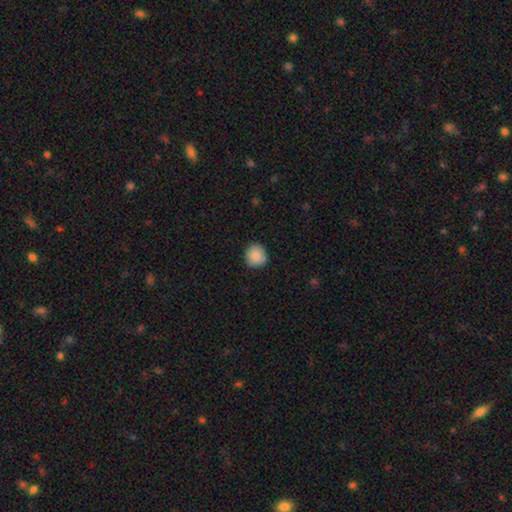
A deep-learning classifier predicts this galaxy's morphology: Q: Smooth or featured?
A: smooth (87%); runner-up: star or artifact (8%)
Q: How rounded?
A: round (90%); runner-up: in between (9%)
Q: Merging?
A: none (86%); runner-up: minor disturbance (11%)